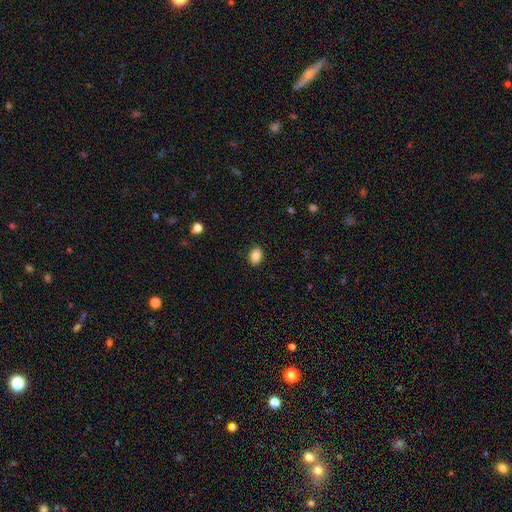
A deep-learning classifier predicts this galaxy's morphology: smooth_or_featured: smooth (p=0.86) [alt: star or artifact p=0.09]
how_rounded: in between (p=0.81) [alt: round p=0.18]
merging: none (p=0.88) [alt: minor disturbance p=0.08]